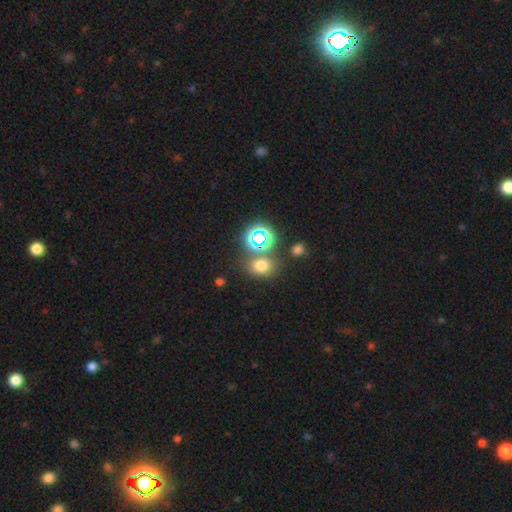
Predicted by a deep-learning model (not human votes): Overall: smooth (53%; star or artifact 37%). How rounded: round (79%). Merging: none (61%; merger 27%).